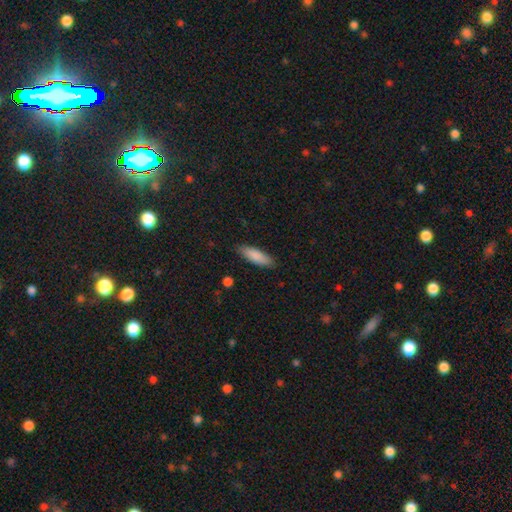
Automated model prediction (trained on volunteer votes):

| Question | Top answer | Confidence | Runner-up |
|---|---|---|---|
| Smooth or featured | smooth | 86% | featured or disk (8%) |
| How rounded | in between | 52% | cigar-shaped (46%) |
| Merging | none | 85% | minor disturbance (11%) |